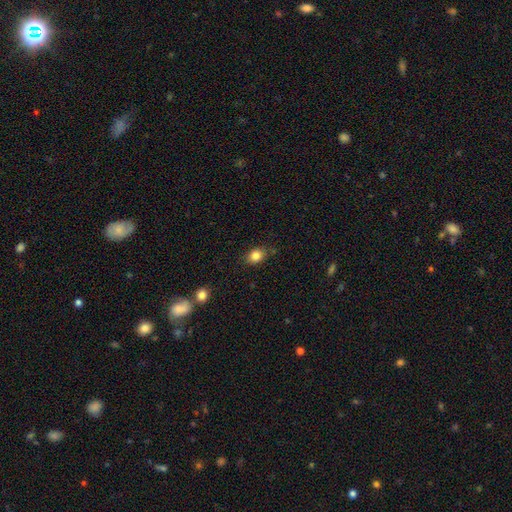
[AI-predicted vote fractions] Morphology: type=smooth (84%); roundness=in between (62%); merging=none (79%).